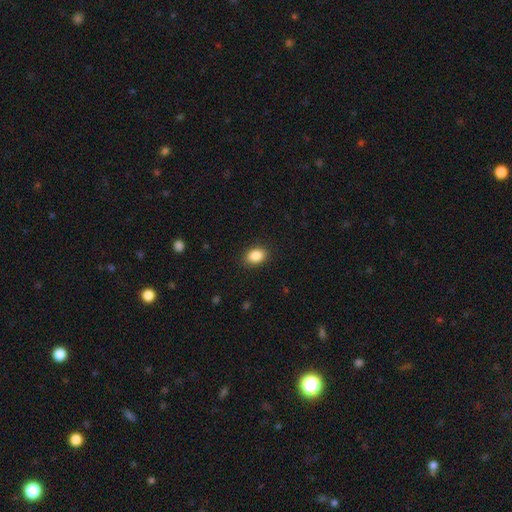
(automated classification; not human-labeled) Smooth or featured: smooth — 88% (star or artifact — 8%)
How rounded: in between — 80% (round — 19%)
Merging: none — 89% (minor disturbance — 8%)